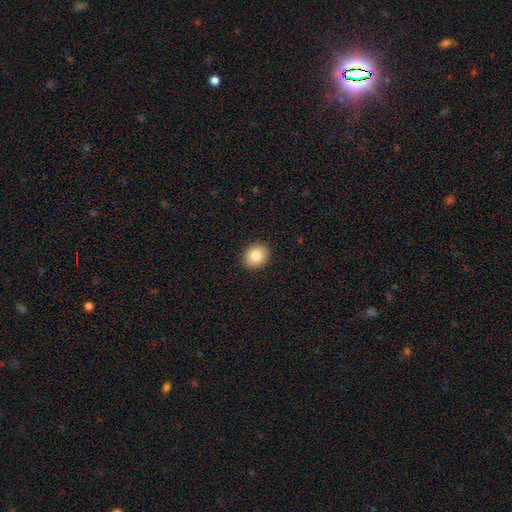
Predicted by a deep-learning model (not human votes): A smooth galaxy with no disk features (83%) that is round (51%).

Vote fractions:
- Smooth or featured? smooth: 83% / star or artifact: 9% / featured or disk: 8%
- How rounded? round: 51% / in between: 49% / cigar-shaped: 1%
- Merging? none: 91% / minor disturbance: 7% / major disturbance: 2% / merger: 1%